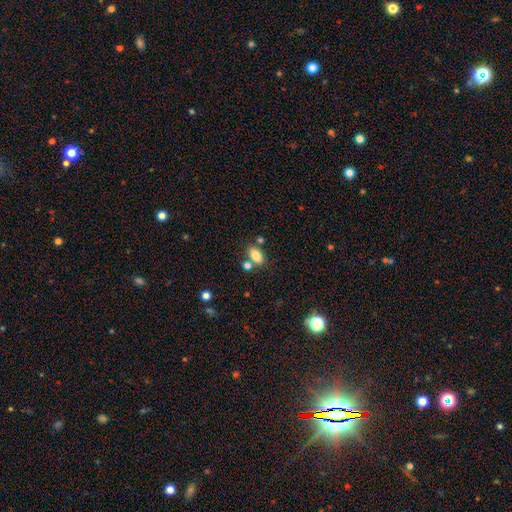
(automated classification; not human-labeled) smooth_or_featured: smooth (p=0.83) [alt: star or artifact p=0.09]
how_rounded: in between (p=0.89) [alt: round p=0.06]
merging: none (p=0.65) [alt: merger p=0.20]